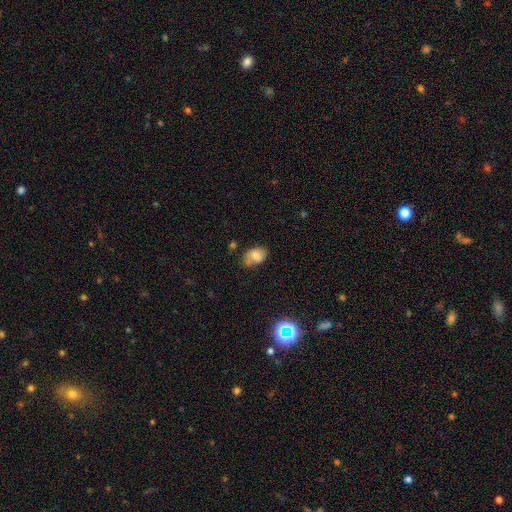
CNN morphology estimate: smooth-or-featured: smooth: 68% | featured or disk: 20% | star or artifact: 11%
  how-rounded: in between: 79% | round: 20% | cigar-shaped: 1%
  merging: none: 54% | minor disturbance: 31% | major disturbance: 9% | merger: 5%